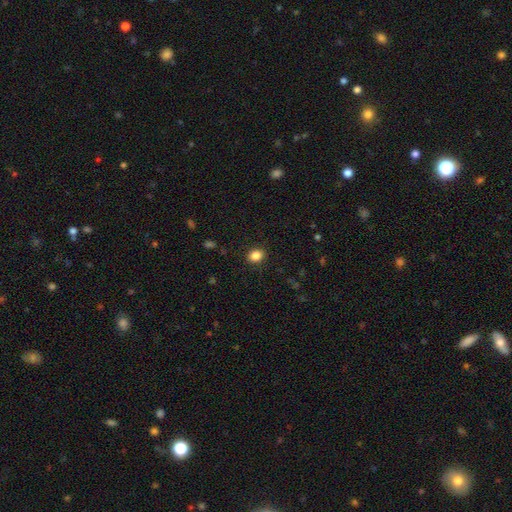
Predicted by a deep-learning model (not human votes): smooth-or-featured: smooth: 85% | star or artifact: 10% | featured or disk: 4%
  how-rounded: in between: 54% | round: 45% | cigar-shaped: 1%
  merging: none: 89% | minor disturbance: 8% | major disturbance: 2% | merger: 1%